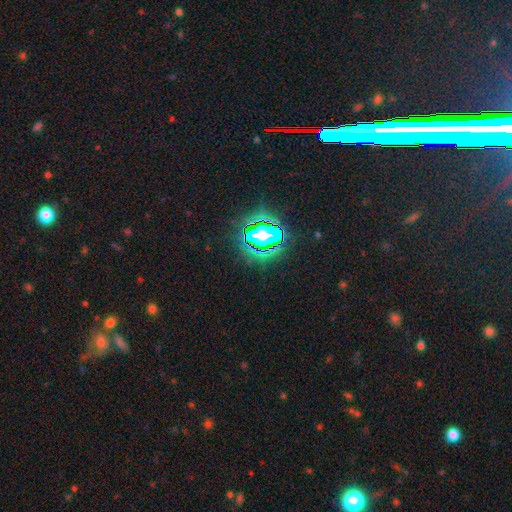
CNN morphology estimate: Q: Smooth or featured?
A: star or artifact (80%); runner-up: smooth (11%)